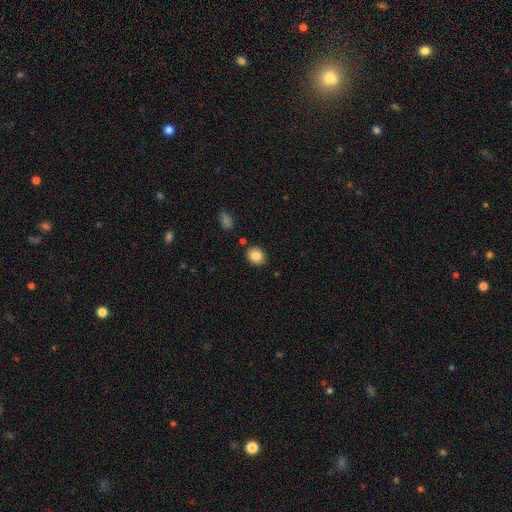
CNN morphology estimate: Overall: smooth (84%). How rounded: round (60%; in between 39%). Merging: none (85%).